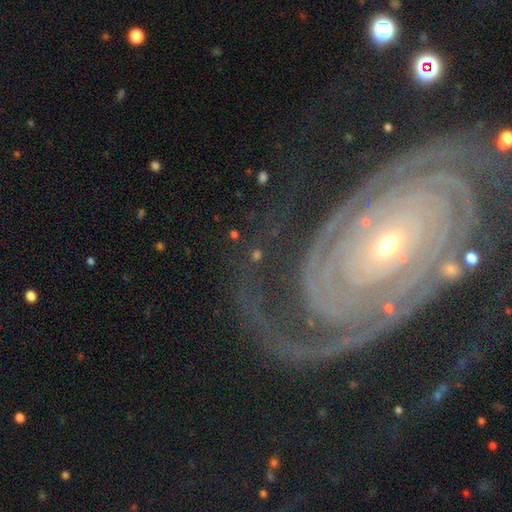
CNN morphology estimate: smooth_or_featured: featured or disk (p=0.72) [alt: star or artifact p=0.15]
disk_edge_on: no (p=0.94) [alt: yes p=0.06]
bar: no (p=0.50) [alt: weak p=0.27]
has_spiral_arms: yes (p=0.93) [alt: no p=0.07]
spiral_winding: tight (p=0.61) [alt: medium p=0.29]
spiral_arm_count: 2 (p=0.46) [alt: can't tell p=0.16]
bulge_size: small (p=0.58) [alt: moderate p=0.32]
merging: none (p=0.69) [alt: minor disturbance p=0.14]